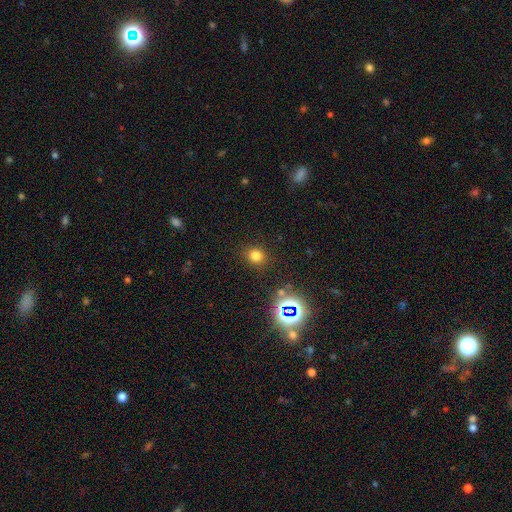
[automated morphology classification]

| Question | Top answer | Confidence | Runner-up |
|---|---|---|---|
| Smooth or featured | smooth | 74% | star or artifact (20%) |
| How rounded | round | 83% | in between (16%) |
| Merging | none | 87% | minor disturbance (8%) |